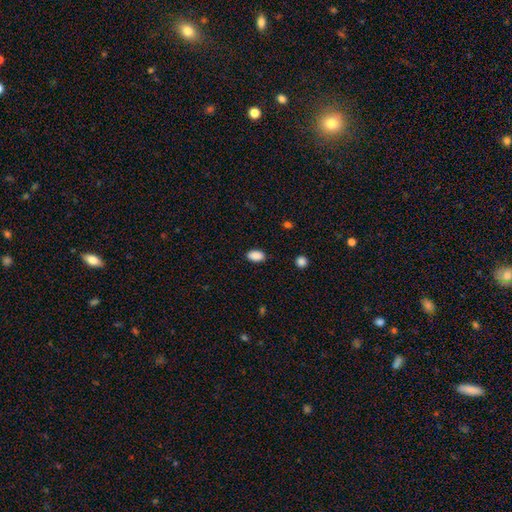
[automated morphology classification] A smooth galaxy with no disk features (89%) that is in between round and cigar-shaped (92%). Merging: none (86%).